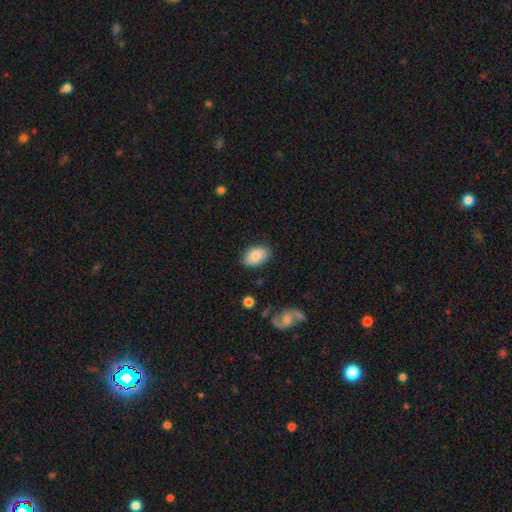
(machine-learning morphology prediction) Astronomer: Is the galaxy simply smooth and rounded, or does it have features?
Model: smooth — 84%.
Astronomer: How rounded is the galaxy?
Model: in between — 88%.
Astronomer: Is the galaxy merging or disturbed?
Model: none — 81%.